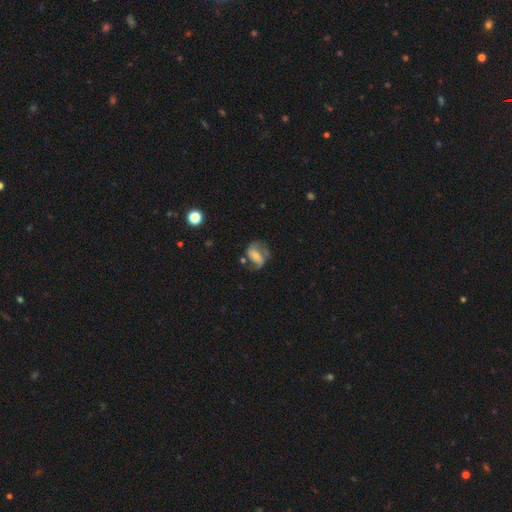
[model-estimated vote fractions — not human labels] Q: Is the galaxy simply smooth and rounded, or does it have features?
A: featured or disk — 68%.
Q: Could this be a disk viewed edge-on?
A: no — 97%.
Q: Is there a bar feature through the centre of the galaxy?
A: weak — 36%.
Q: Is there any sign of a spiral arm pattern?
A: yes — 85%.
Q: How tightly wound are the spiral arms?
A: medium — 44%.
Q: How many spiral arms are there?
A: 2 — 80%.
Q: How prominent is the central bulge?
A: small — 48%.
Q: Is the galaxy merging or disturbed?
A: none — 52%.